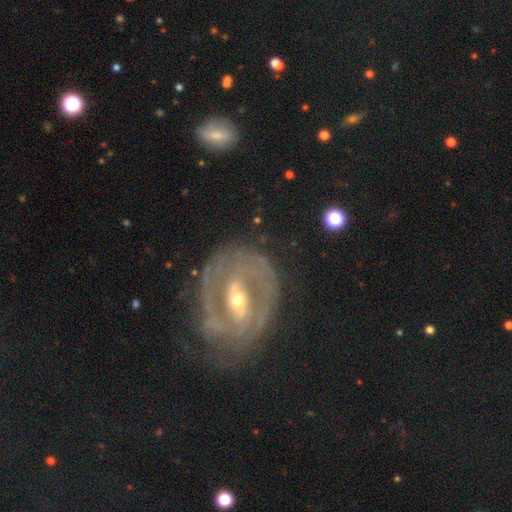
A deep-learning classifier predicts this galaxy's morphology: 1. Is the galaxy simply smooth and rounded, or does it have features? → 86% featured or disk, 8% smooth, 6% star or artifact.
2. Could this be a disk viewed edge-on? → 95% no, 5% yes.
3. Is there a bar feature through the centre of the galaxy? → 48% strong, 35% weak, 17% no.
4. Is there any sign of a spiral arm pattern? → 85% yes, 15% no.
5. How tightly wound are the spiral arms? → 57% tight, 33% medium, 10% loose.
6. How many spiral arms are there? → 56% 2, 20% can't tell, 10% 3, 6% 1, 4% 4, 4% more than 4.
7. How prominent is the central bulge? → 50% moderate, 45% small, 3% large, 1% none, 1% dominant.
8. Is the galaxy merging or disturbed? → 67% none, 19% minor disturbance, 11% major disturbance, 3% merger.